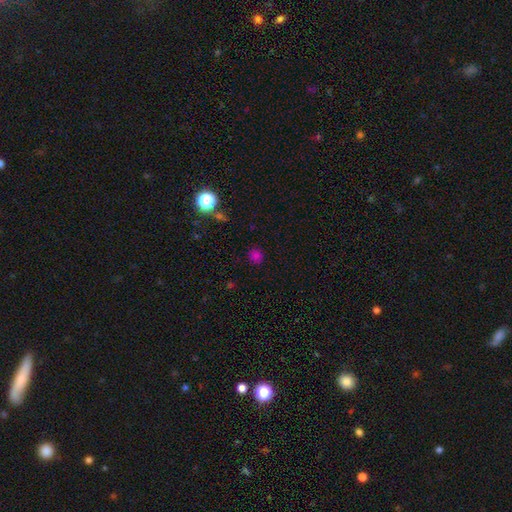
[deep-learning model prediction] A smooth galaxy with no disk features (72%) that is round (86%).

Vote fractions:
- Smooth or featured? smooth: 72% / star or artifact: 23% / featured or disk: 4%
- How rounded? round: 86% / in between: 13% / cigar-shaped: 1%
- Merging? none: 86% / minor disturbance: 9% / major disturbance: 3% / merger: 2%